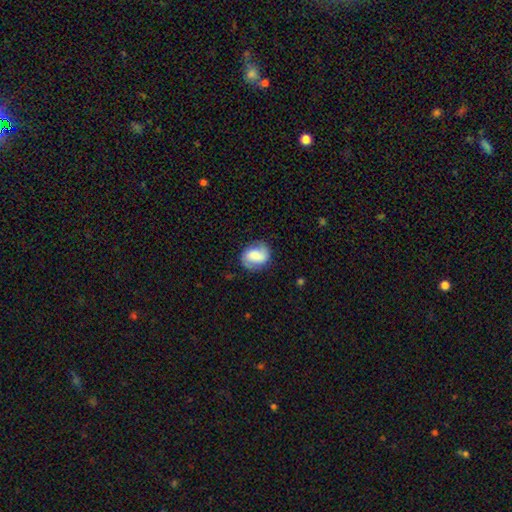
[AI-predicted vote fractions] Smooth or featured? smooth (53%)
How rounded? in between (56%)
Merging? none (72%)